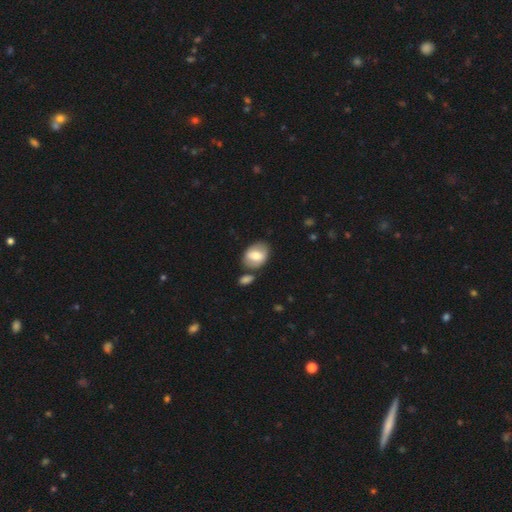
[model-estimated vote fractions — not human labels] A smooth galaxy with no disk features (64%) that is in between round and cigar-shaped (70%). Merging: none (65%).